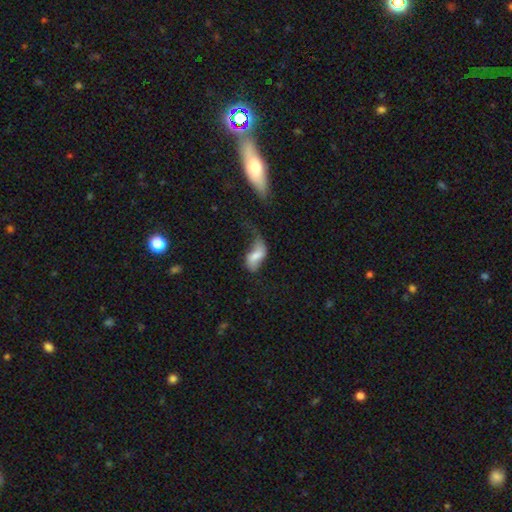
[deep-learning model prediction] Smooth or featured?
  - smooth: 55% *
  - featured or disk: 36%
  - star or artifact: 9%
How rounded?
  - in between: 90% *
  - cigar-shaped: 6%
  - round: 4%
Merging?
  - major disturbance: 42% *
  - minor disturbance: 25%
  - none: 24%
  - merger: 9%